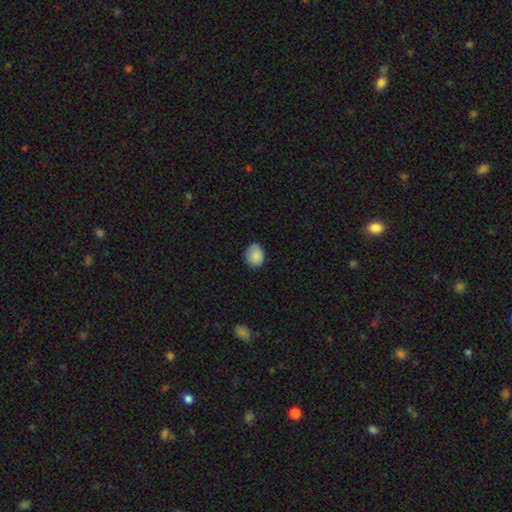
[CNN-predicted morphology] type=smooth (87%); roundness=in between (51%); merging=none (76%).